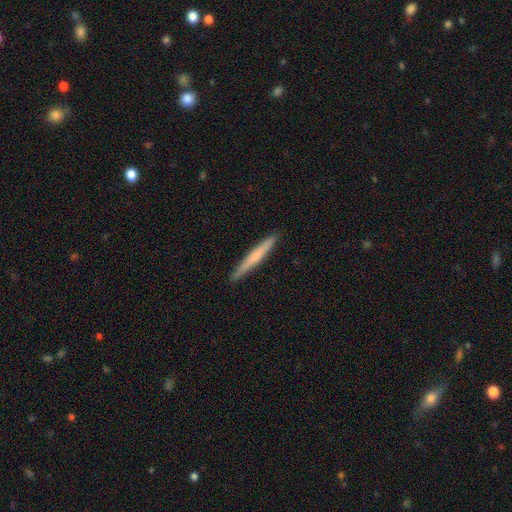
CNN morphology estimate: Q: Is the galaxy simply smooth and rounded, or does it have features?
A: smooth — 58%.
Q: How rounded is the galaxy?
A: cigar-shaped — 97%.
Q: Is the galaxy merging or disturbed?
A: none — 91%.